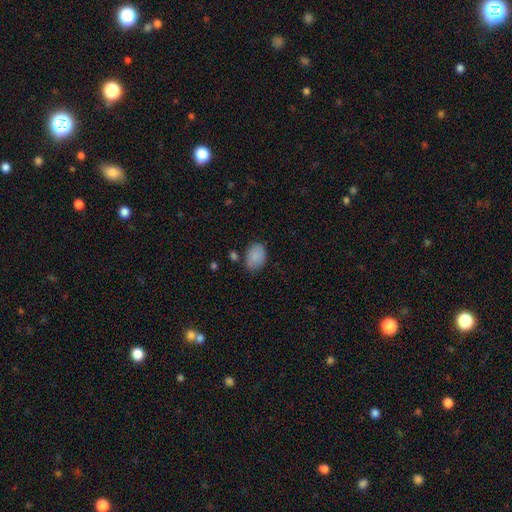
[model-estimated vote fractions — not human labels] A smooth galaxy with no disk features (86%) that is in between round and cigar-shaped (75%). Merging: none (69%).